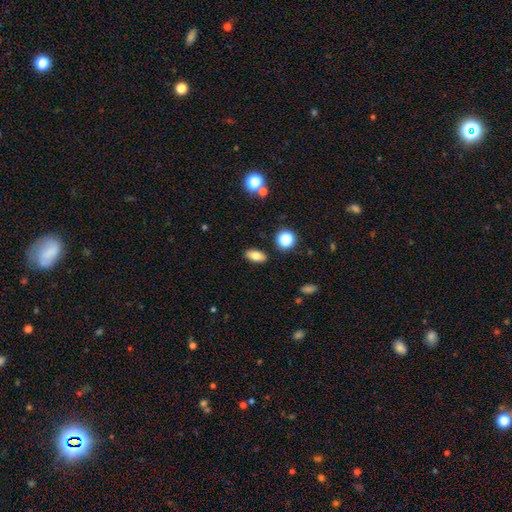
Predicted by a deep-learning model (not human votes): smooth-or-featured: smooth: 76% | featured or disk: 13% | star or artifact: 10%
  how-rounded: in between: 84% | round: 8% | cigar-shaped: 7%
  merging: none: 88% | minor disturbance: 8% | merger: 2% | major disturbance: 2%